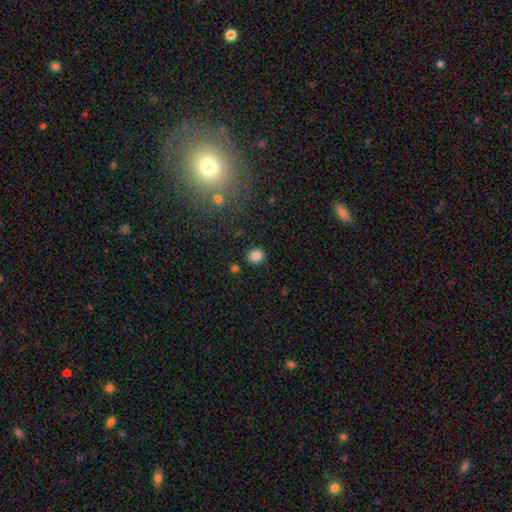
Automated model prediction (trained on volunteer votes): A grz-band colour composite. It shows a smooth galaxy with no disk features (85%) that is round (81%). Merging: none (89%).